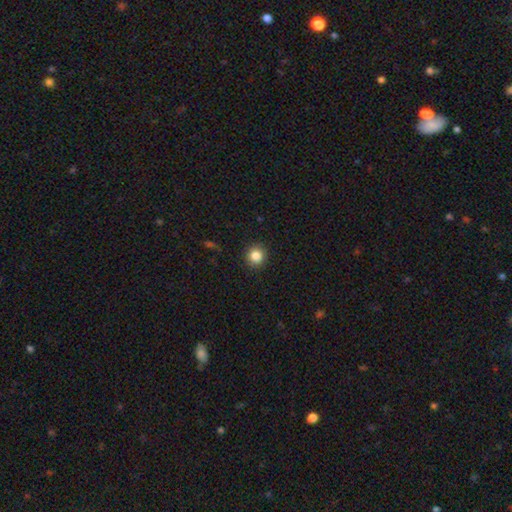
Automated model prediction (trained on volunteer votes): The model was most divided on "smooth or featured": smooth: 85%, star or artifact: 11%, featured or disk: 5%. More confident: how rounded — round (92%); merging — none (92%).